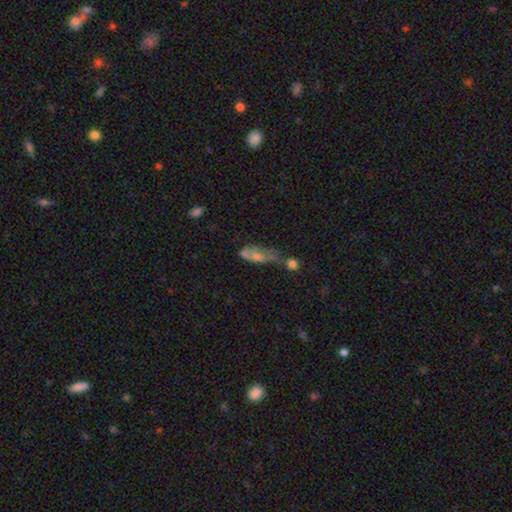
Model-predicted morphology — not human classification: Smooth or featured?
  - smooth: 55% *
  - featured or disk: 33%
  - star or artifact: 12%
How rounded?
  - in between: 64% *
  - cigar-shaped: 29%
  - round: 7%
Merging?
  - merger: 37% *
  - major disturbance: 23%
  - none: 20%
  - minor disturbance: 19%